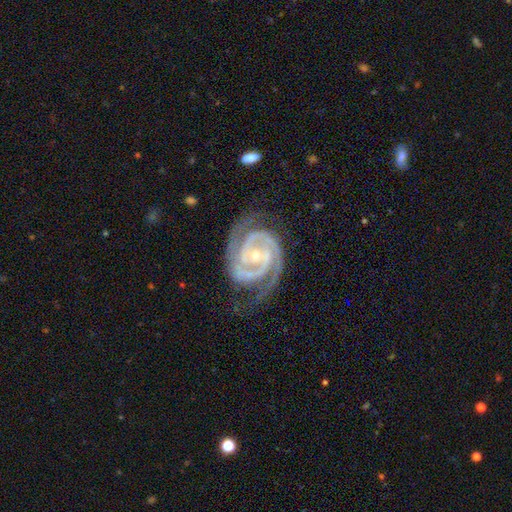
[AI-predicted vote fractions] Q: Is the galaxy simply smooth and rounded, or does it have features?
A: featured or disk — 94%.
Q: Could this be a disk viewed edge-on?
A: no — 98%.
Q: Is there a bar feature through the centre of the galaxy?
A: no — 53%.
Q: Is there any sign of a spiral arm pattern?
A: yes — 99%.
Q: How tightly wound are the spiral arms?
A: tight — 71%.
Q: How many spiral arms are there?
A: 2 — 82%.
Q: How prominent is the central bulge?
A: small — 67%.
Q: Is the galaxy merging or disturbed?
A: none — 73%.